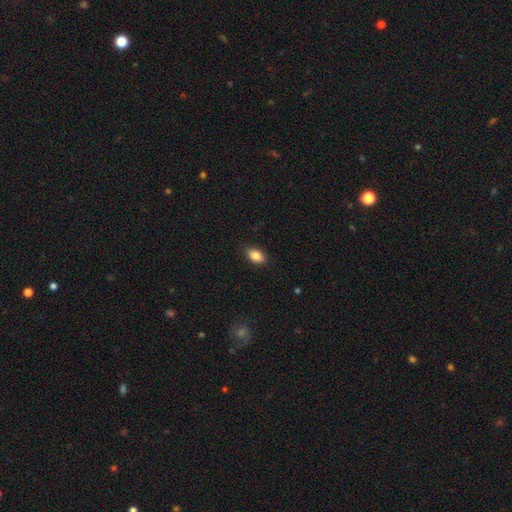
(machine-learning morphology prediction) This is clearly a smooth galaxy (85%). How rounded: clearly in between (89%). Merging: clearly none (88%).